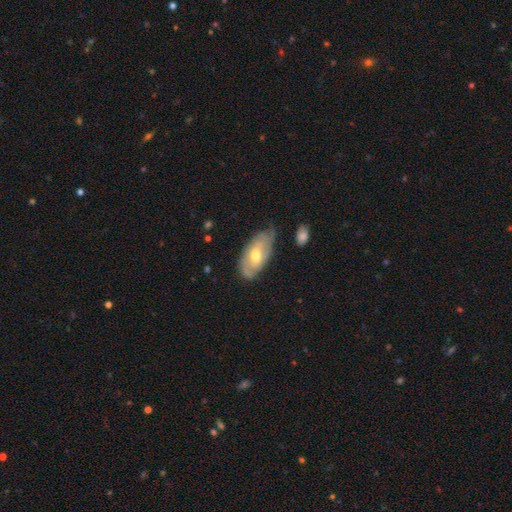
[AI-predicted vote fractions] Q: Smooth or featured?
A: featured or disk (64%); runner-up: smooth (30%)
Q: Edge-on disk?
A: no (90%); runner-up: yes (10%)
Q: Bar?
A: no (59%); runner-up: weak (33%)
Q: Spiral arms?
A: yes (75%); runner-up: no (25%)
Q: Bulge size?
A: moderate (69%); runner-up: small (24%)
Q: Merging?
A: none (61%); runner-up: minor disturbance (28%)